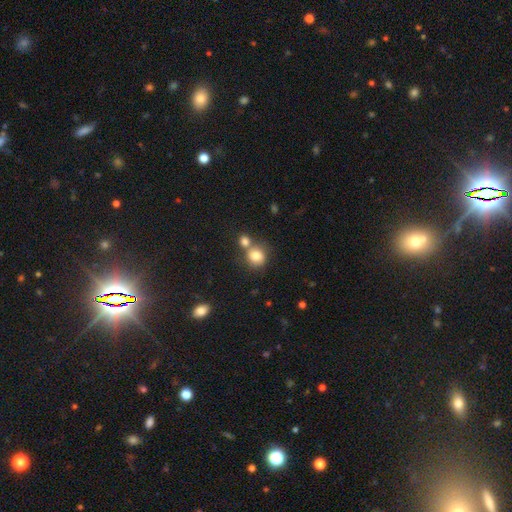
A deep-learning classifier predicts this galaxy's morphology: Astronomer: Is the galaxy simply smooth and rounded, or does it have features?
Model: smooth — 81%.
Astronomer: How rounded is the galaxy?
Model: round — 78%.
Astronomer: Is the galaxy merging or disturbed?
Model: none — 45% (runner-up: merger, 40%).